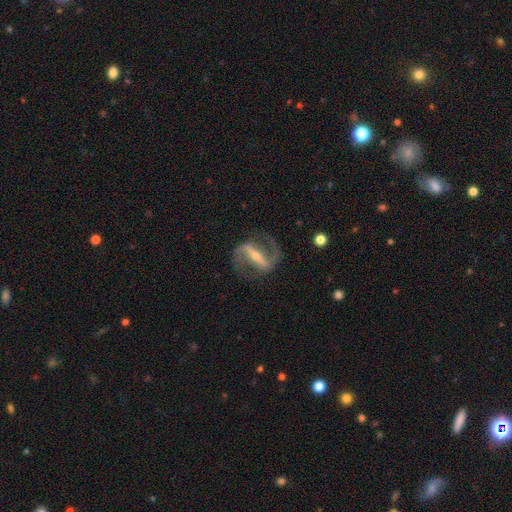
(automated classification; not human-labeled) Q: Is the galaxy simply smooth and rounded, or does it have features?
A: featured or disk — 91%.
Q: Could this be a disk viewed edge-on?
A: no — 93%.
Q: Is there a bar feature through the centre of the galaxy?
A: strong — 78%.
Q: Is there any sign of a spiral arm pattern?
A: yes — 95%.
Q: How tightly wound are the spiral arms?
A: medium — 50%.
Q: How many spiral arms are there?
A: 2 — 92%.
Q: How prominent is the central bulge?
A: small — 60%.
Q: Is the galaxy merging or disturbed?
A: none — 80%.